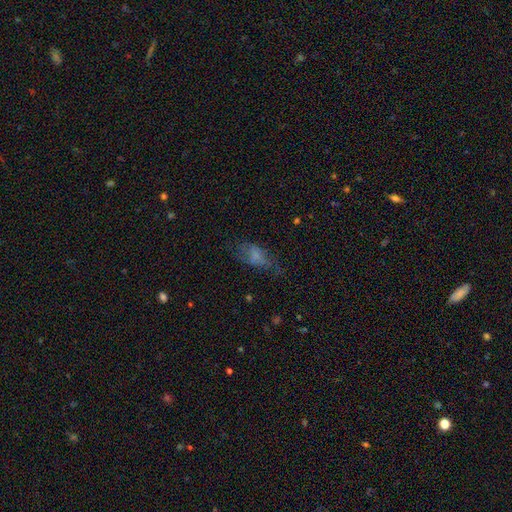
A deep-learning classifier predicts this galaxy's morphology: Smooth or featured: smooth — 58% (featured or disk — 29%)
How rounded: in between — 84% (cigar-shaped — 11%)
Merging: none — 44% (major disturbance — 28%)